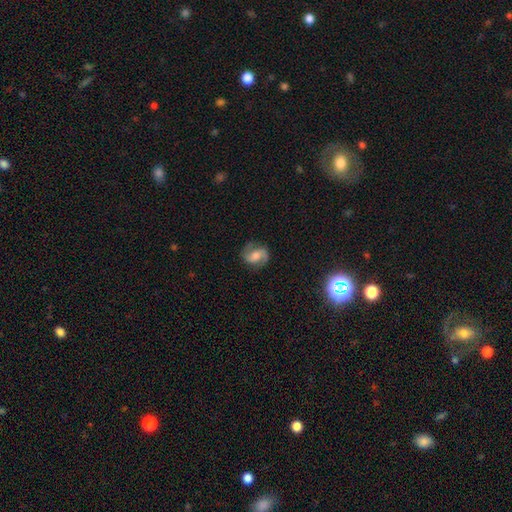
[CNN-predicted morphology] Q: Smooth or featured?
A: featured or disk (74%); runner-up: smooth (19%)
Q: Edge-on disk?
A: no (98%); runner-up: yes (2%)
Q: Bar?
A: weak (47%); runner-up: no (35%)
Q: Spiral arms?
A: yes (95%); runner-up: no (5%)
Q: Spiral winding?
A: medium (49%); runner-up: loose (35%)
Q: Spiral arm count?
A: 2 (91%); runner-up: can't tell (3%)
Q: Bulge size?
A: moderate (51%); runner-up: small (23%)
Q: Merging?
A: none (79%); runner-up: minor disturbance (14%)